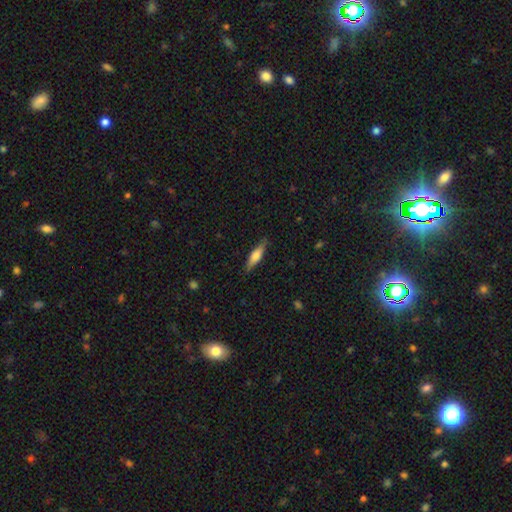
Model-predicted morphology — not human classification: Smooth or featured: smooth — 59% (featured or disk — 35%)
How rounded: cigar-shaped — 66% (in between — 32%)
Merging: none — 84% (minor disturbance — 12%)